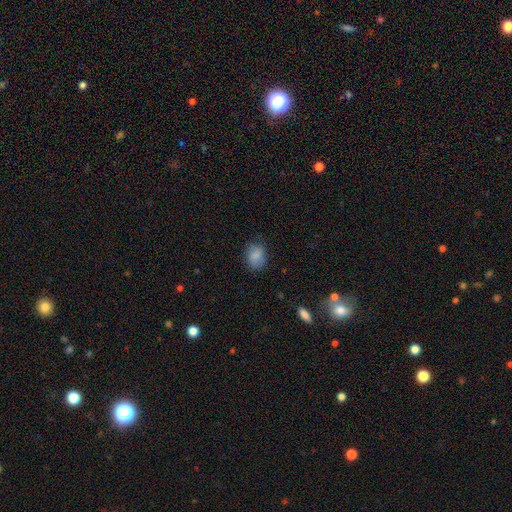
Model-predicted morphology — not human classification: smooth_or_featured: smooth (p=0.82) [alt: featured or disk p=0.09]
how_rounded: in between (p=0.58) [alt: round p=0.40]
merging: none (p=0.75) [alt: minor disturbance p=0.19]